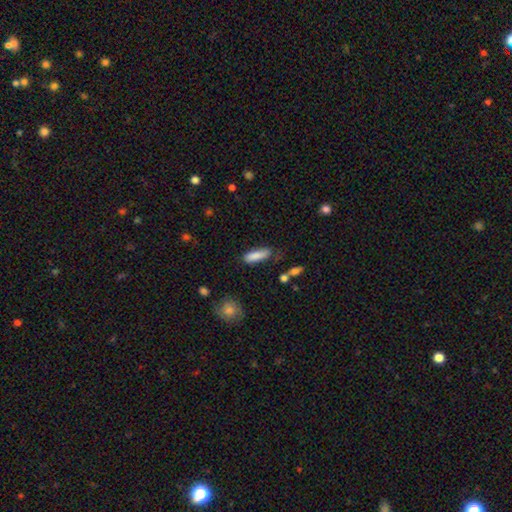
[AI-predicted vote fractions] Smooth or featured? smooth (85%)
How rounded? cigar-shaped (53%)
Merging? none (70%)